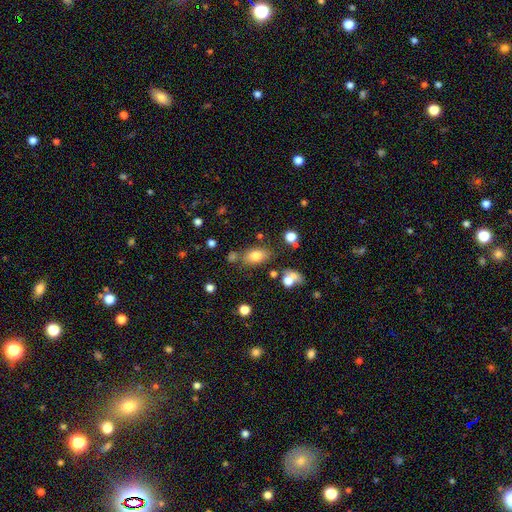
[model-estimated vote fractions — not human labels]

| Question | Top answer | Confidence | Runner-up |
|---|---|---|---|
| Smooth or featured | smooth | 76% | featured or disk (12%) |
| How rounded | in between | 85% | round (11%) |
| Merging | none | 70% | minor disturbance (15%) |